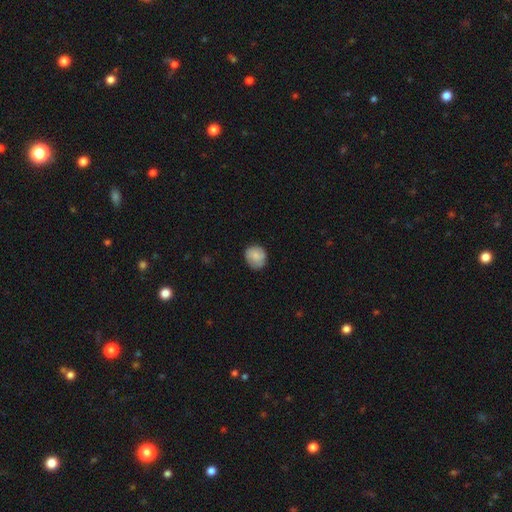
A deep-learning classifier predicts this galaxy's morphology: Smooth or featured? Predicted: smooth (p=0.83). How rounded? Predicted: round (p=0.83). Merging? Predicted: none (p=0.81).